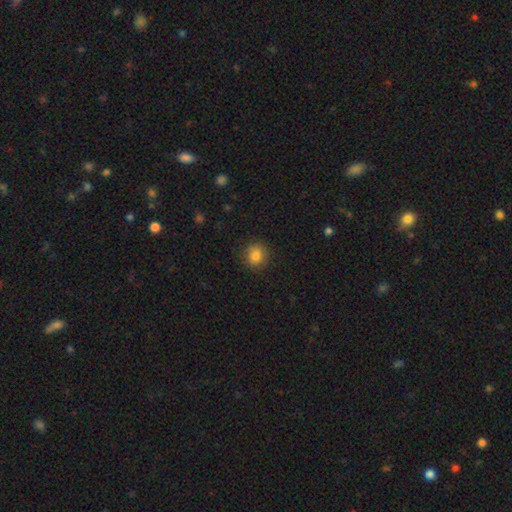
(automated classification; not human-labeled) smooth 84%, star or artifact 10%, featured or disk 6%. Down the decision tree: how rounded — round (87%); merging — none (89%).